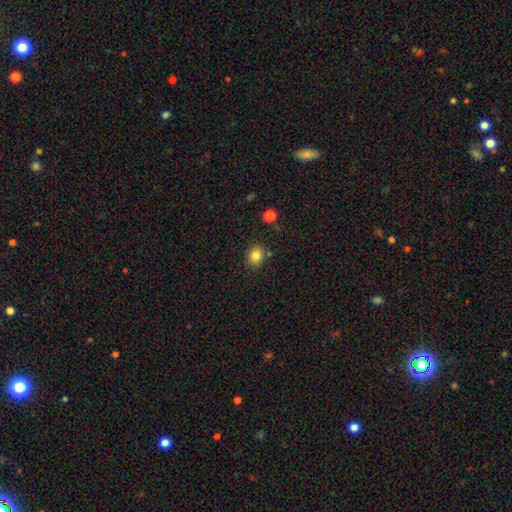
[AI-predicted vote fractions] smooth_or_featured: smooth (p=0.83) [alt: star or artifact p=0.11]
how_rounded: round (p=0.74) [alt: in between p=0.25]
merging: none (p=0.84) [alt: minor disturbance p=0.10]